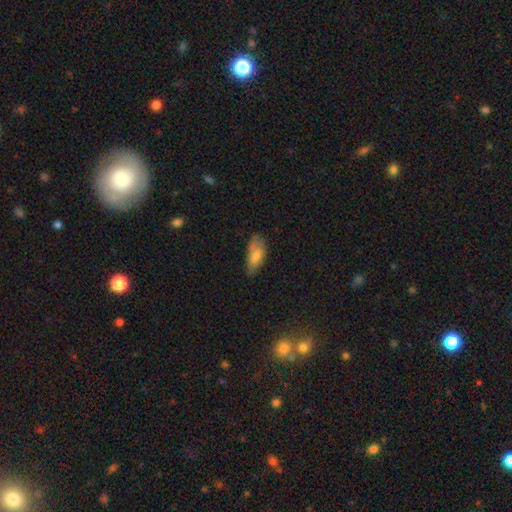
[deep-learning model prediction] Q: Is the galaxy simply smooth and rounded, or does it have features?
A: smooth — 74%.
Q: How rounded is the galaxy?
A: in between — 81%.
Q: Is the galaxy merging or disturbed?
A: none — 54%.